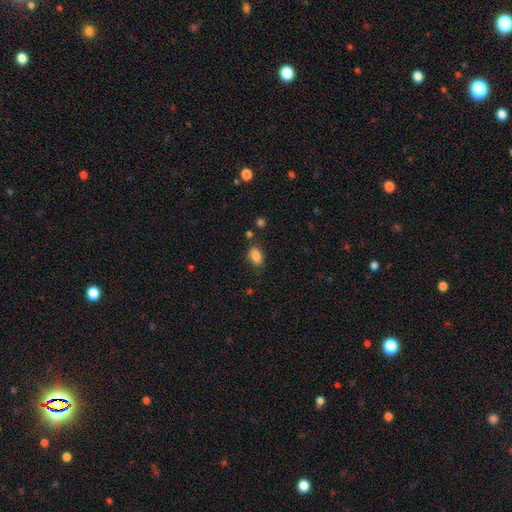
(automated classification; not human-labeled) Smooth or featured? Predicted: smooth (p=0.85). How rounded? Predicted: in between (p=0.87). Merging? Predicted: none (p=0.75).